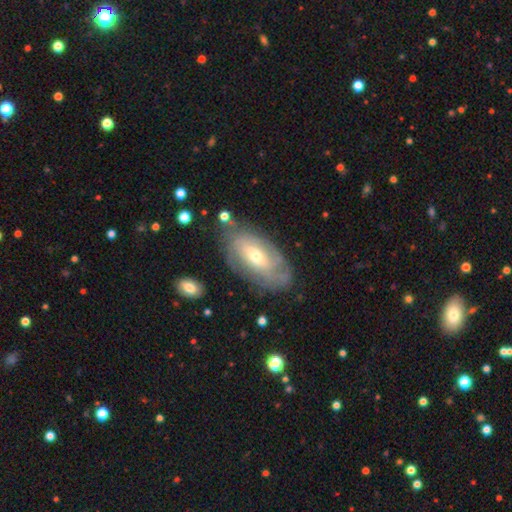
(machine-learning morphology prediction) The model was most divided on "bulge size": moderate: 48%, small: 47%, large: 3%, none: 1%, dominant: 1%. More confident: edge-on disk — no (91%); spiral arms — yes (78%); merging — none (69%); smooth or featured — featured or disk (68%); bar — no (53%).